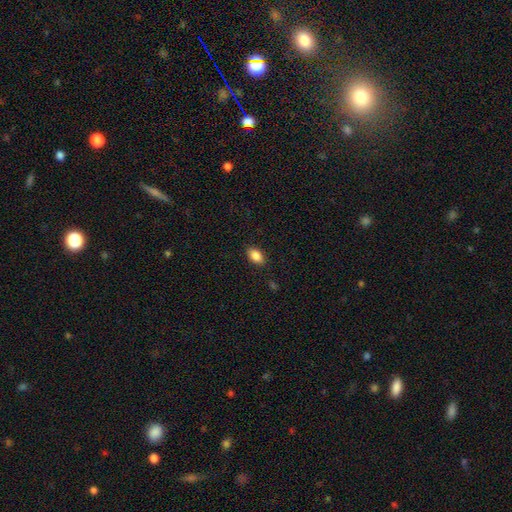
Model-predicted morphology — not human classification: type=smooth (87%); roundness=in between (89%); merging=none (87%).